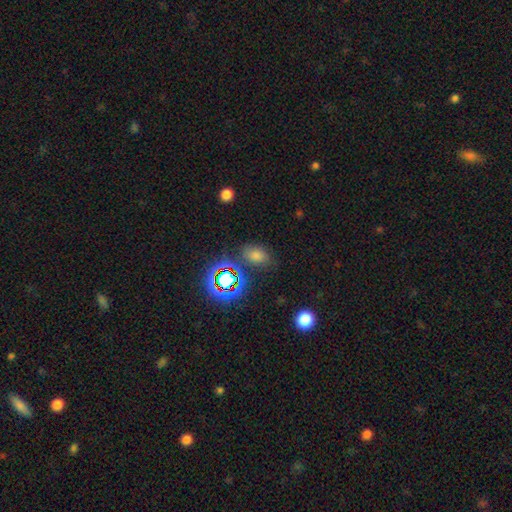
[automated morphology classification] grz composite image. It shows a smooth galaxy with no disk features (59%) that is in between round and cigar-shaped (73%). Merging: none (76%).